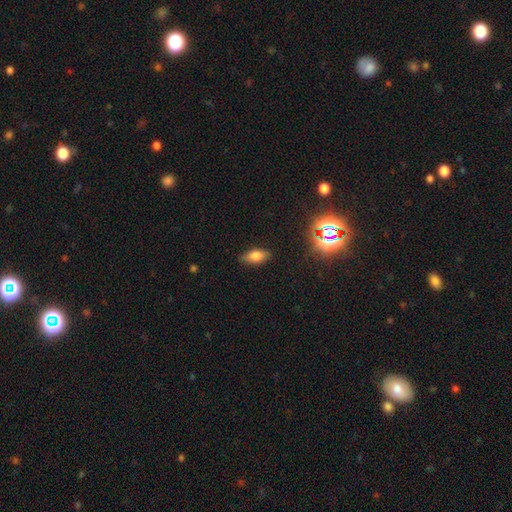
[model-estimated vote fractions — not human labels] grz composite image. It shows a smooth galaxy with no disk features (75%) that is in between round and cigar-shaped (85%). Merging: none (84%).